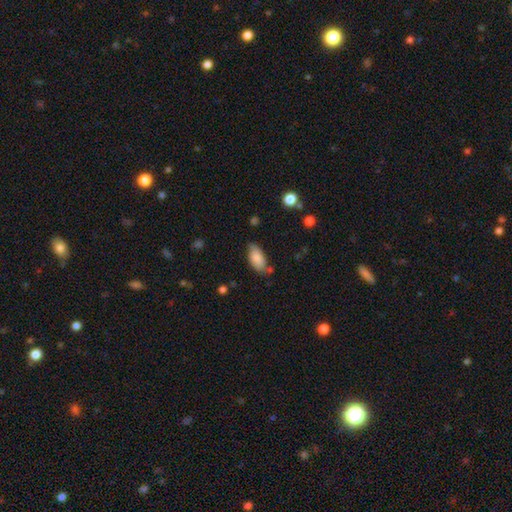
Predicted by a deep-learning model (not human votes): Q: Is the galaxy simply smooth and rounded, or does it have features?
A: smooth — 76%.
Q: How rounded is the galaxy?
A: in between — 88%.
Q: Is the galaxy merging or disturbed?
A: none — 69%.